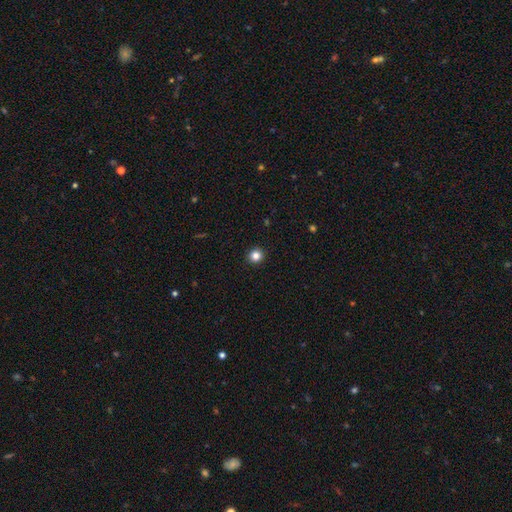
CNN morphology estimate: smooth_or_featured: smooth (p=0.83) [alt: star or artifact p=0.12]
how_rounded: round (p=0.92) [alt: in between p=0.07]
merging: none (p=0.93) [alt: minor disturbance p=0.04]